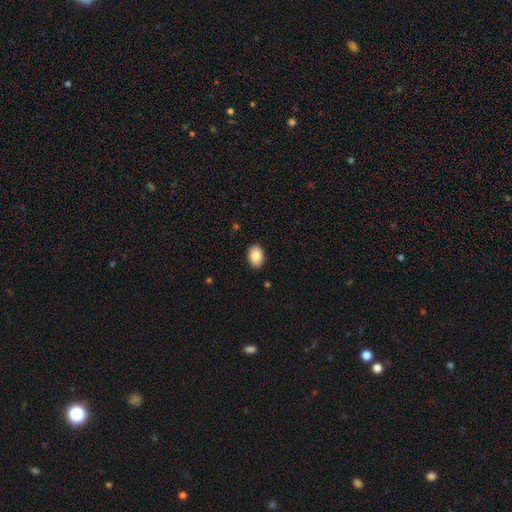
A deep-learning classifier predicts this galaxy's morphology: This appears to be a smooth galaxy with no disk features (85%) that is in between round and cigar-shaped (83%). Merging: none (89%).